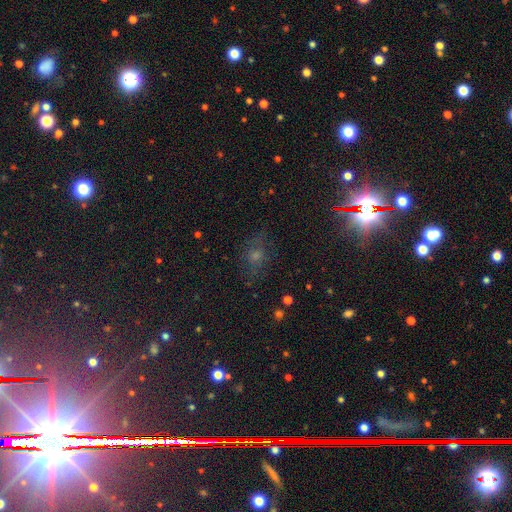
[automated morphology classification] smooth-or-featured: smooth: 44% | star or artifact: 36% | featured or disk: 20%
  merging: none: 69% | minor disturbance: 18% | major disturbance: 10% | merger: 2%